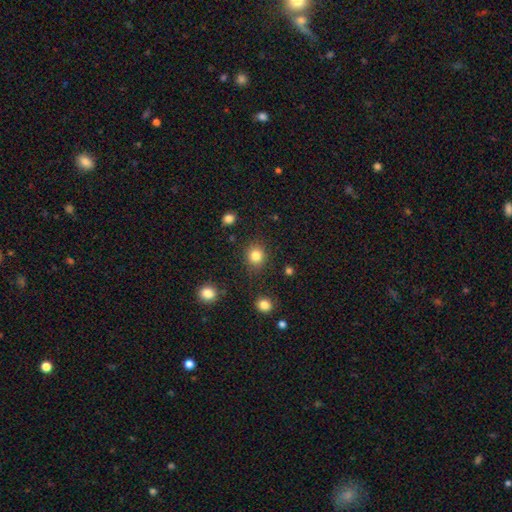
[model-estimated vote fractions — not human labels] This is clearly a smooth galaxy (83%). How rounded: clearly round (85%). Merging: clearly none (86%).